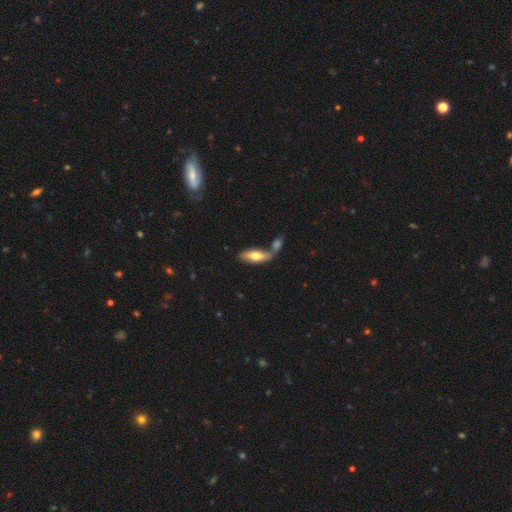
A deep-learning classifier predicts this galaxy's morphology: smooth 67%, featured or disk 27%, star or artifact 6%. Down the decision tree: how rounded — in between (74%); merging — merger (47%).